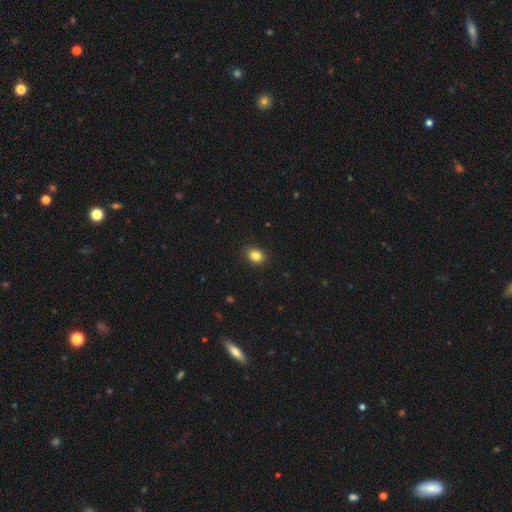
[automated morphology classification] type=smooth (85%); roundness=in between (63%); merging=none (90%).